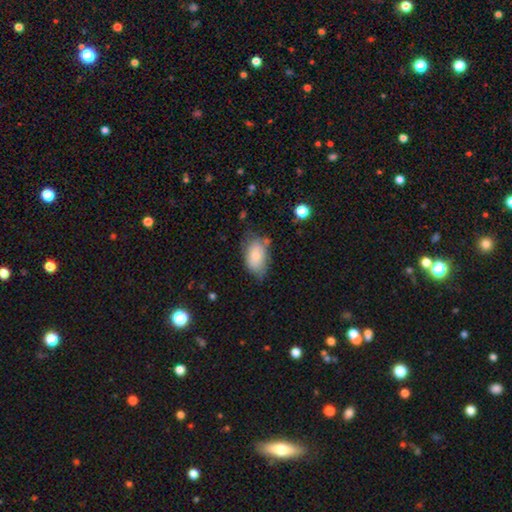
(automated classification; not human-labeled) Smooth or featured? smooth (76%)
How rounded? in between (92%)
Merging? none (56%)